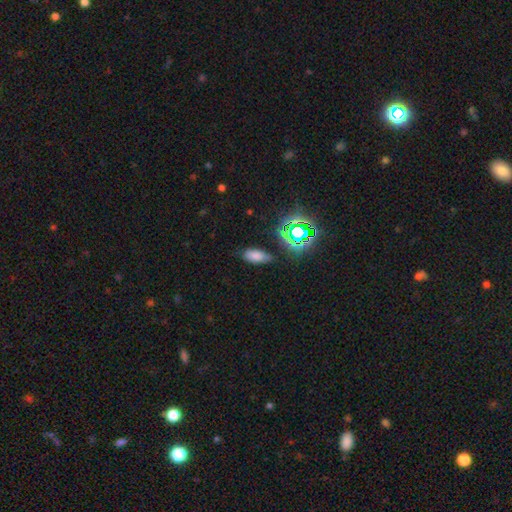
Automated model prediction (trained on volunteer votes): smooth_or_featured: smooth (p=0.71) [alt: star or artifact p=0.21]
how_rounded: in between (p=0.86) [alt: cigar-shaped p=0.10]
merging: none (p=0.77) [alt: minor disturbance p=0.16]